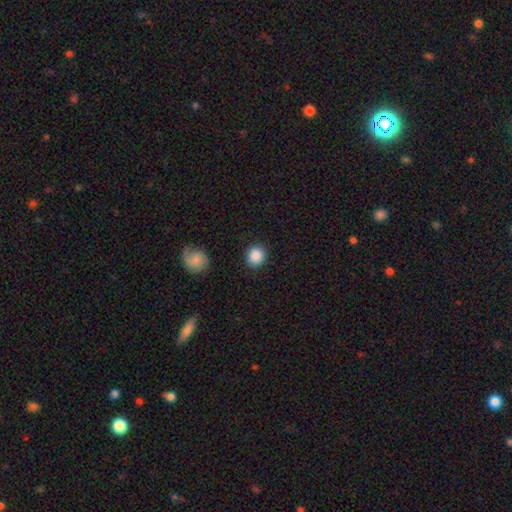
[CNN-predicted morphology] Smooth or featured? Predicted: smooth (p=0.88). How rounded? Predicted: round (p=0.86). Merging? Predicted: none (p=0.88).